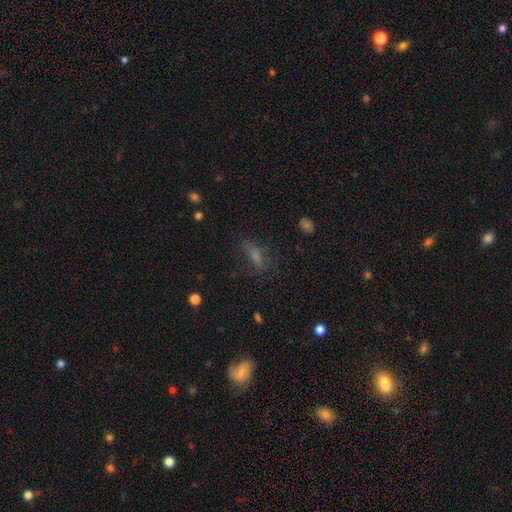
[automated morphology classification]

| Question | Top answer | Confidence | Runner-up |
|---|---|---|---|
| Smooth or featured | smooth | 58% | star or artifact (22%) |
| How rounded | in between | 58% | cigar-shaped (35%) |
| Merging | none | 62% | minor disturbance (20%) |